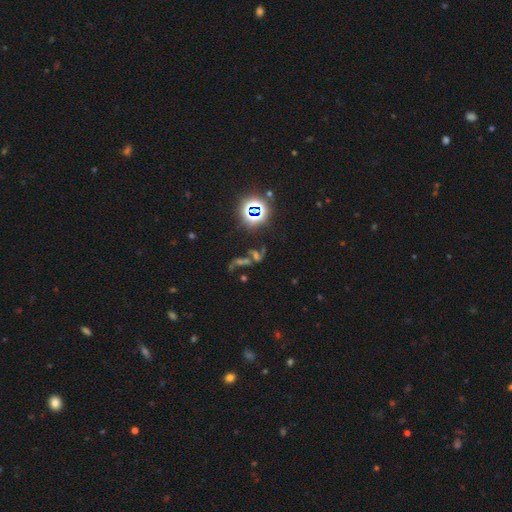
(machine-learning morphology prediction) type=star or artifact (54%).